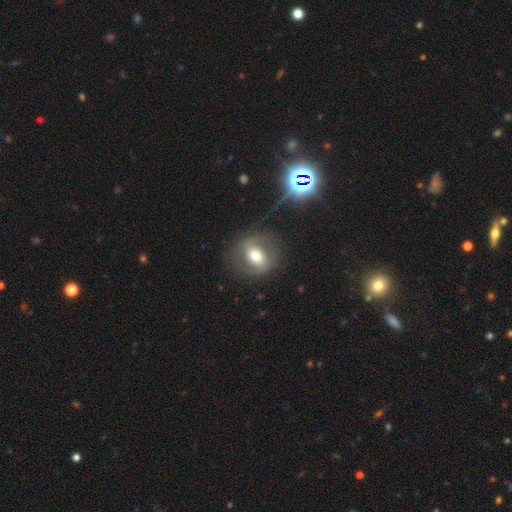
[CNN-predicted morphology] This appears to be a featured or disk galaxy (46%). Merging: none (73%).